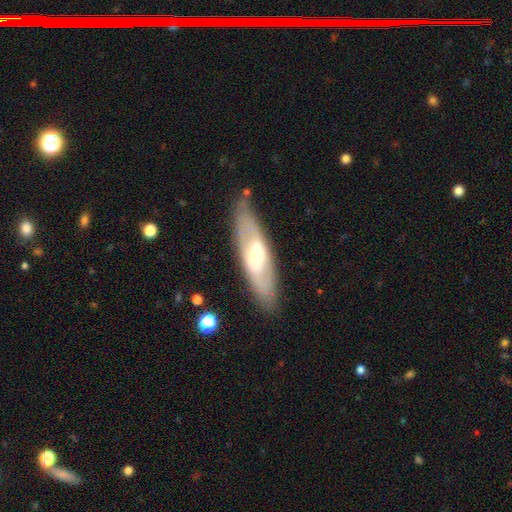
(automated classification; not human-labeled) A featured or disk galaxy (59%).

Vote fractions:
- Smooth or featured? featured or disk: 59% / smooth: 35% / star or artifact: 6%
- Edge-on disk? no: 69% / yes: 31%
- Merging? none: 82% / minor disturbance: 12% / major disturbance: 4% / merger: 2%